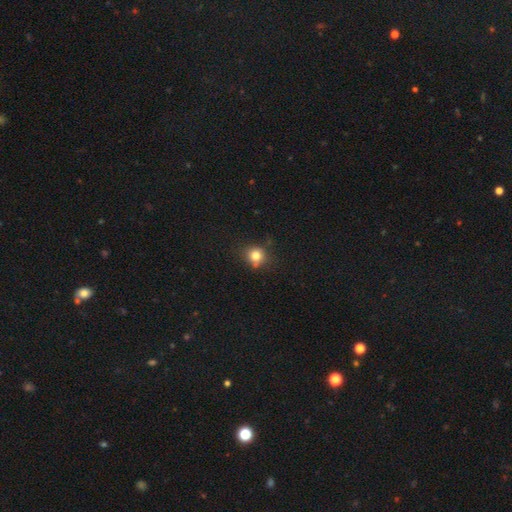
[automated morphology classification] smooth-or-featured: smooth: 79% | star or artifact: 13% | featured or disk: 8%
  how-rounded: round: 84% | in between: 15% | cigar-shaped: 1%
  merging: none: 70% | minor disturbance: 18% | merger: 7% | major disturbance: 5%